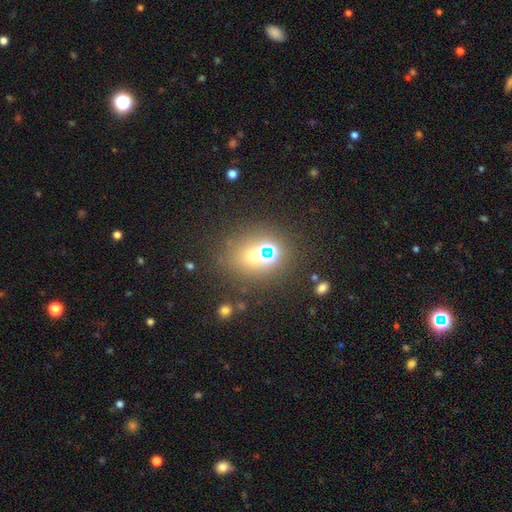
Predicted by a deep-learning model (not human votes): smooth_or_featured: smooth (p=0.45) [alt: star or artifact p=0.43]
merging: none (p=0.69) [alt: merger p=0.16]